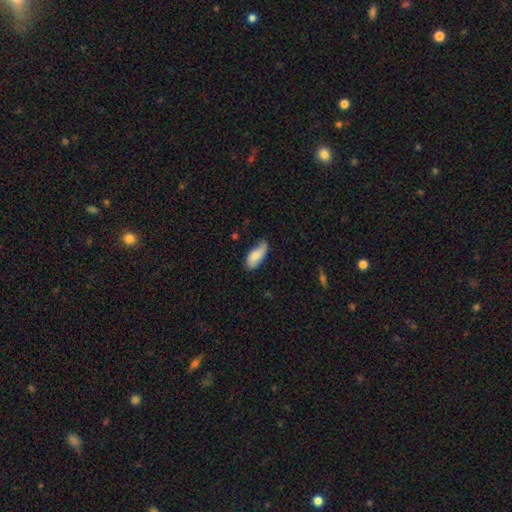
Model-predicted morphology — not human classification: A smooth galaxy with no disk features (80%) that is in between round and cigar-shaped (87%).

Vote fractions:
- Smooth or featured? smooth: 80% / featured or disk: 14% / star or artifact: 6%
- How rounded? in between: 87% / cigar-shaped: 11% / round: 2%
- Merging? none: 58% / minor disturbance: 33% / major disturbance: 7% / merger: 2%